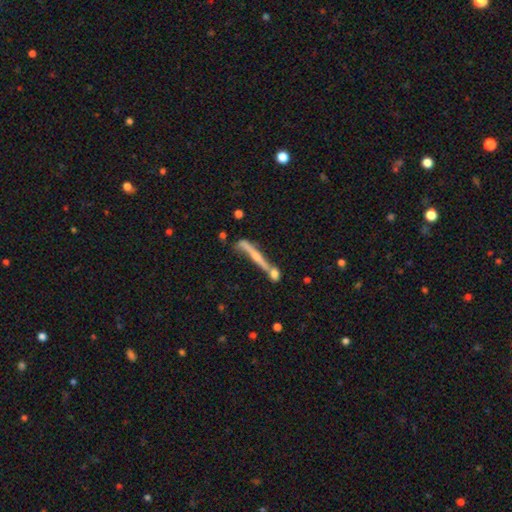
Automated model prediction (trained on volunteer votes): A featured or disk galaxy (62%) viewed edge-on (88%) with a rounded central bulge (58%). Merging: none (46%).